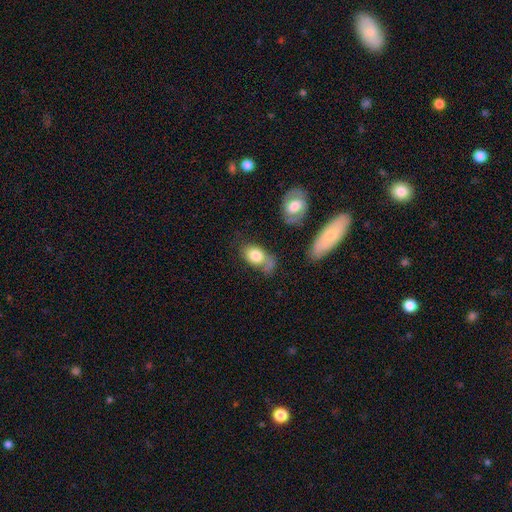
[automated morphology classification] Smooth or featured?
  - smooth: 77% *
  - featured or disk: 16%
  - star or artifact: 7%
How rounded?
  - in between: 83% *
  - round: 15%
  - cigar-shaped: 2%
Merging?
  - none: 39% *
  - minor disturbance: 29%
  - major disturbance: 16%
  - merger: 15%